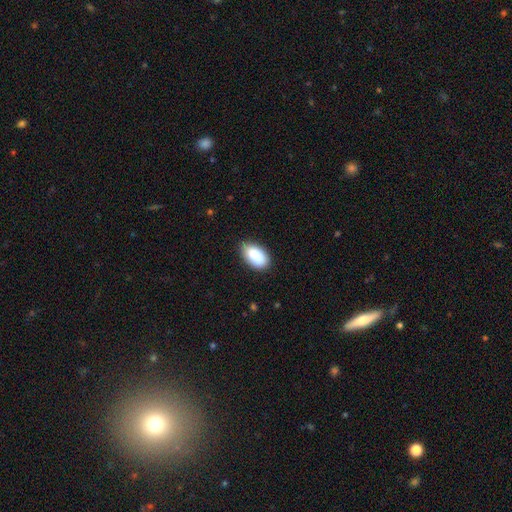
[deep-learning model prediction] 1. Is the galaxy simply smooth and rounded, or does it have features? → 88% smooth, 6% star or artifact, 6% featured or disk.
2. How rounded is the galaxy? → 95% in between, 3% round, 2% cigar-shaped.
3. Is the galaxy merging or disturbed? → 82% none, 15% minor disturbance, 2% major disturbance, 1% merger.